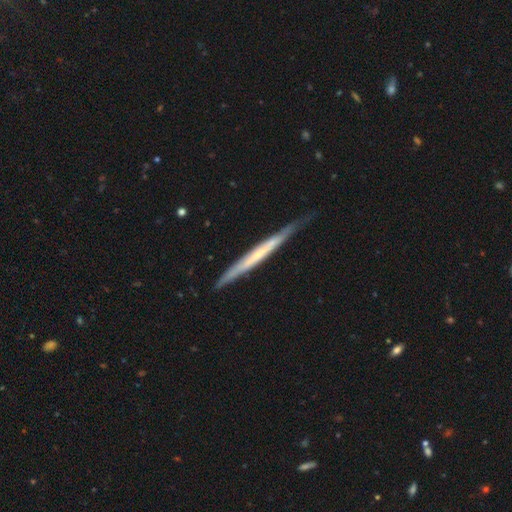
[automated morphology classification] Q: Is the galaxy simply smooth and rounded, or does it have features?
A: featured or disk — 62%.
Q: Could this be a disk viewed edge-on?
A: yes — 95%.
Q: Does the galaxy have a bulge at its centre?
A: none — 78%.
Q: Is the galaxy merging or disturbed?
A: none — 77%.